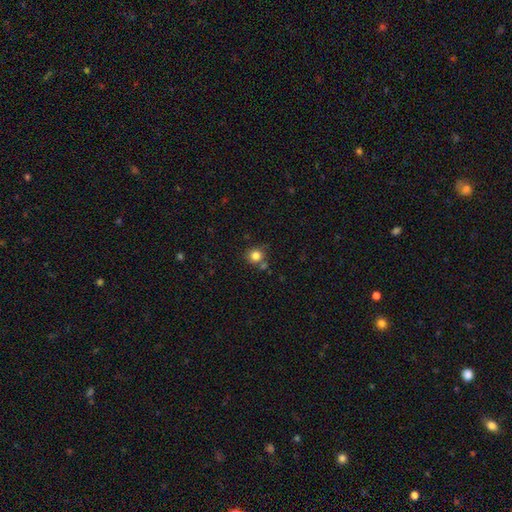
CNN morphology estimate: Overall: smooth (82%). How rounded: round (90%). Merging: none (70%).